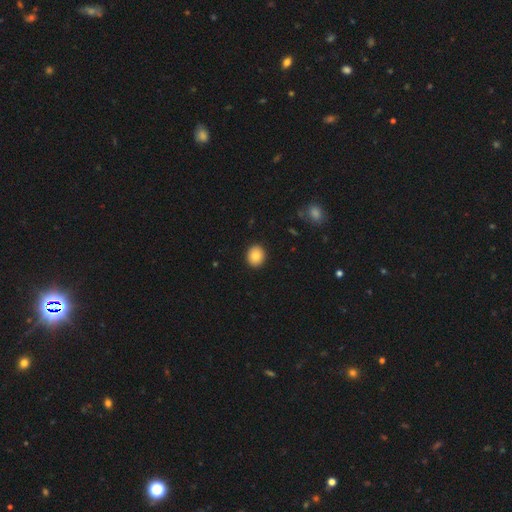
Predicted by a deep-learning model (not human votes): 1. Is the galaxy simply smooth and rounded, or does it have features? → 85% smooth, 9% star or artifact, 7% featured or disk.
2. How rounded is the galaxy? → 72% round, 27% in between, 1% cigar-shaped.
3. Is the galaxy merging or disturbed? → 92% none, 6% minor disturbance, 2% major disturbance, 1% merger.